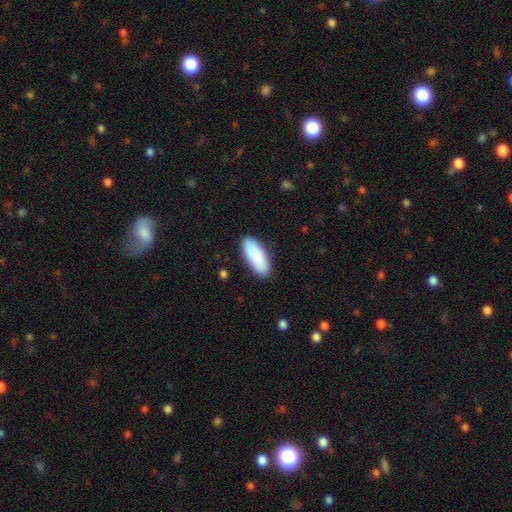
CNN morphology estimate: Smooth or featured: smooth — 89% (featured or disk — 6%)
How rounded: in between — 82% (cigar-shaped — 16%)
Merging: none — 88% (minor disturbance — 9%)